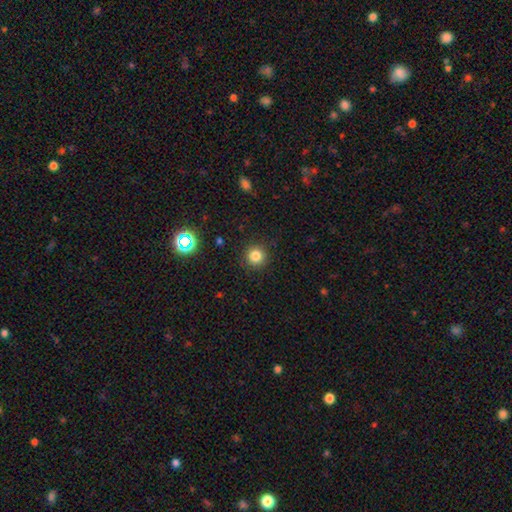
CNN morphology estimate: The model was most divided on "smooth or featured": smooth: 80%, star or artifact: 14%, featured or disk: 6%. More confident: how rounded — round (94%); merging — none (90%).